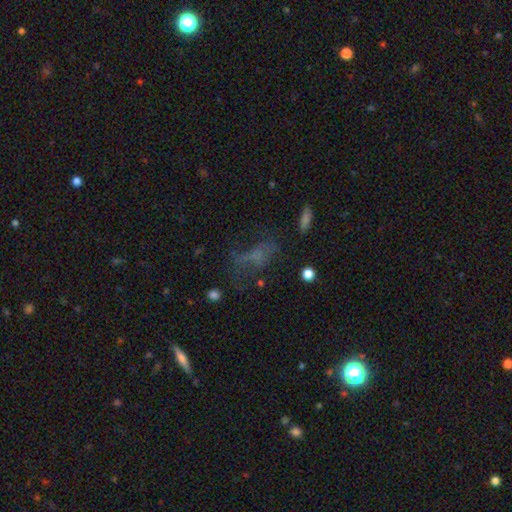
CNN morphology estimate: Smooth or featured: smooth — 38% (star or artifact — 32%)
Merging: none — 47% (major disturbance — 28%)